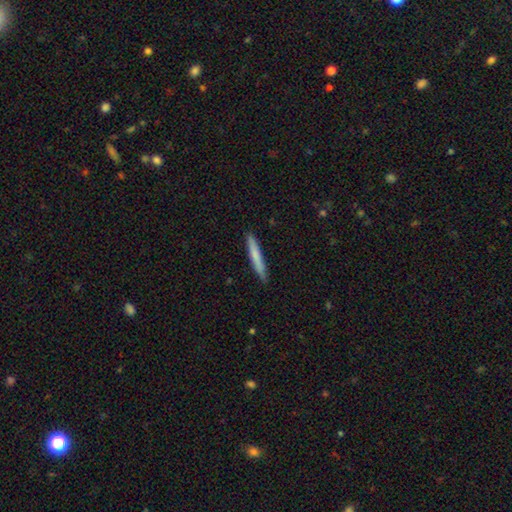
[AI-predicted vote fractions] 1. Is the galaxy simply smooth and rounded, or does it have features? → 73% smooth, 22% featured or disk, 6% star or artifact.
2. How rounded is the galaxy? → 96% cigar-shaped, 3% in between, 1% round.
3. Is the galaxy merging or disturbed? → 89% none, 9% minor disturbance, 1% major disturbance, 1% merger.